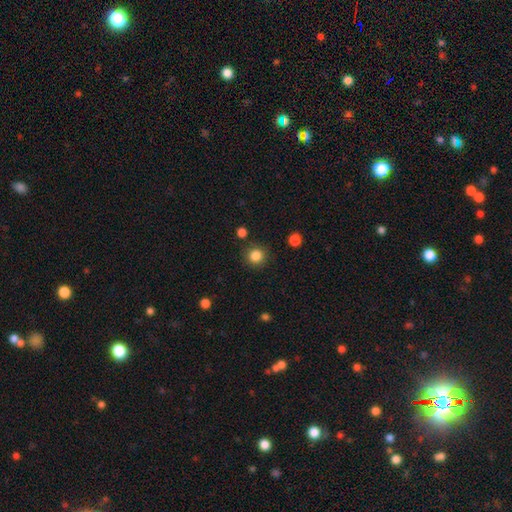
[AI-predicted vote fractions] Q: Smooth or featured?
A: smooth (85%); runner-up: star or artifact (11%)
Q: How rounded?
A: round (93%); runner-up: in between (6%)
Q: Merging?
A: none (88%); runner-up: minor disturbance (7%)